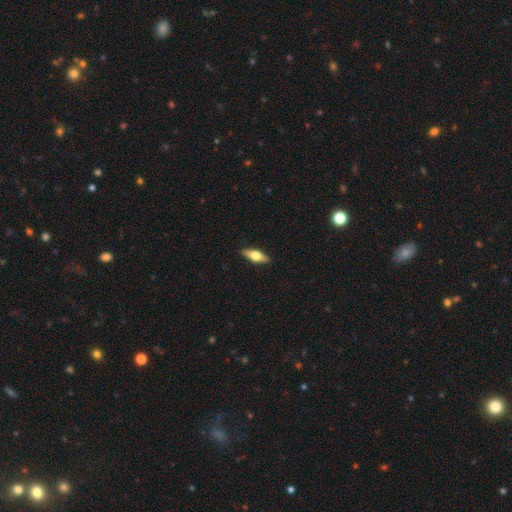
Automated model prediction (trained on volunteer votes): Q: Smooth or featured?
A: smooth (51%); runner-up: featured or disk (43%)
Q: How rounded?
A: in between (60%); runner-up: cigar-shaped (37%)
Q: Merging?
A: none (89%); runner-up: minor disturbance (8%)